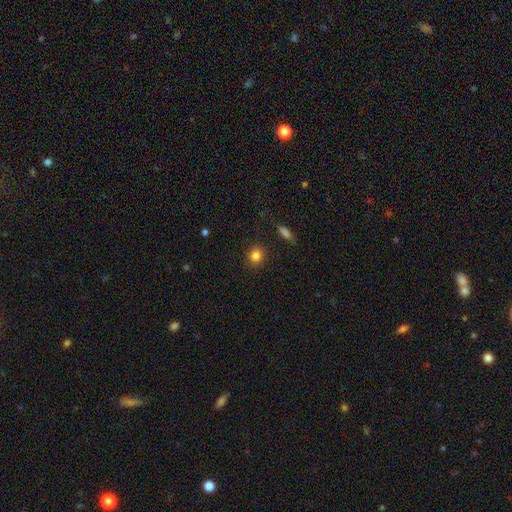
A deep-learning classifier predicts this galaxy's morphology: Overall: smooth (84%). How rounded: round (81%). Merging: none (90%).